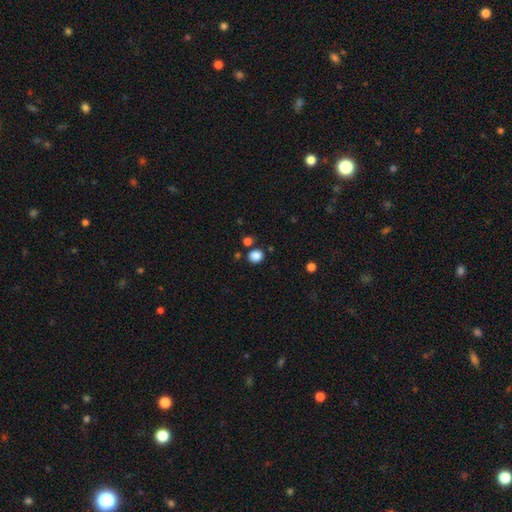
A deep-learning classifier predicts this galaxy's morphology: smooth_or_featured: smooth (p=0.85) [alt: star or artifact p=0.11]
how_rounded: round (p=0.73) [alt: in between p=0.26]
merging: none (p=0.81) [alt: minor disturbance p=0.09]